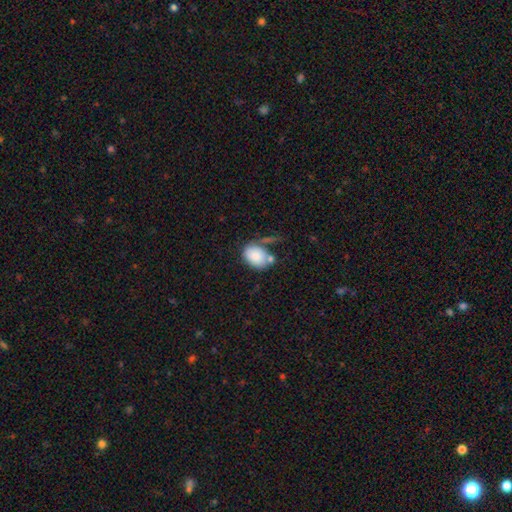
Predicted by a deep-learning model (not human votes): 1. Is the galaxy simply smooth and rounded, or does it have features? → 82% smooth, 10% featured or disk, 8% star or artifact.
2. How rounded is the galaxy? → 73% in between, 26% round, 1% cigar-shaped.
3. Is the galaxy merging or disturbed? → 48% none, 21% minor disturbance, 20% merger, 10% major disturbance.